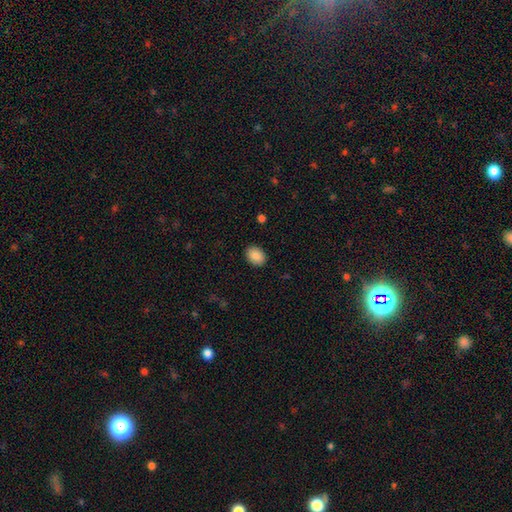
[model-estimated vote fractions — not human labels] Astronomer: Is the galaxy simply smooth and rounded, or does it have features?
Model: smooth — 89%.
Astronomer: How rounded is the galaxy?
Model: in between — 66%.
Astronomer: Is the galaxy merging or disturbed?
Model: none — 90%.